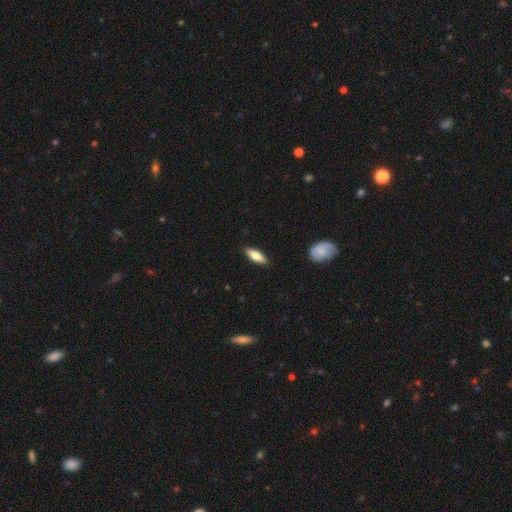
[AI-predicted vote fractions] Overall: smooth (70%). How rounded: in between (54%; cigar-shaped 44%). Merging: none (88%).